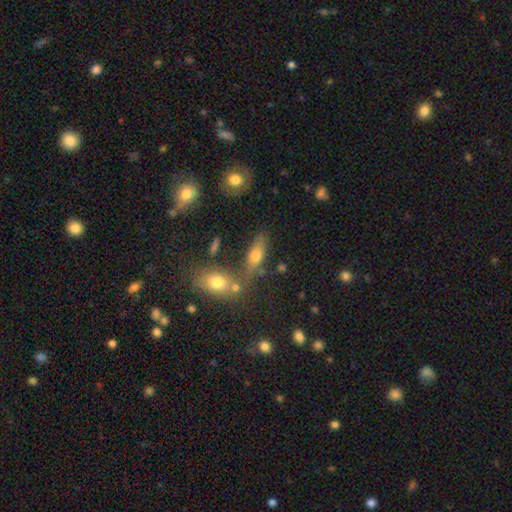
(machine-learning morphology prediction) smooth-or-featured: smooth: 61% | featured or disk: 24% | star or artifact: 15%
  how-rounded: in between: 63% | cigar-shaped: 28% | round: 9%
  merging: none: 60% | merger: 17% | minor disturbance: 16% | major disturbance: 7%